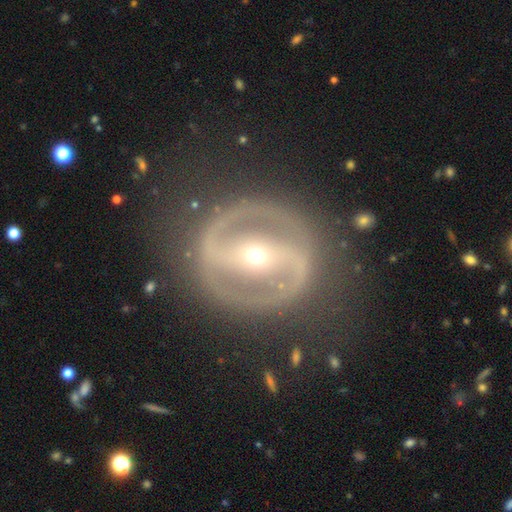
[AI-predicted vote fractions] Smooth or featured? featured or disk (89%)
Edge-on disk? no (96%)
Bar? strong (65%)
Spiral arms? yes (88%)
Spiral winding? tight (44%, tied with medium)
Spiral arm count? 2 (89%)
Bulge size? small (66%)
Merging? none (81%)